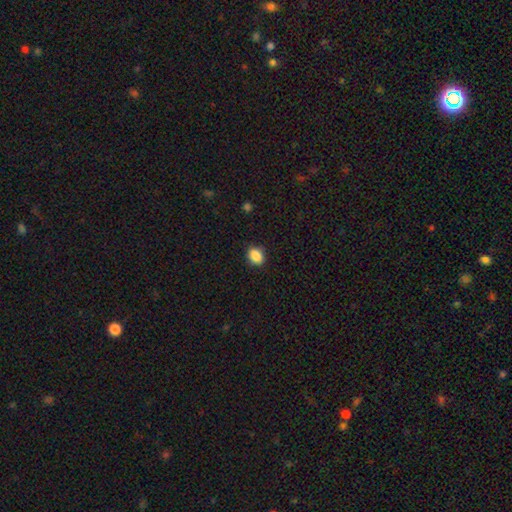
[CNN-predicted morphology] Smooth or featured? Predicted: smooth (p=0.88). How rounded? Predicted: in between (p=0.62). Merging? Predicted: none (p=0.87).